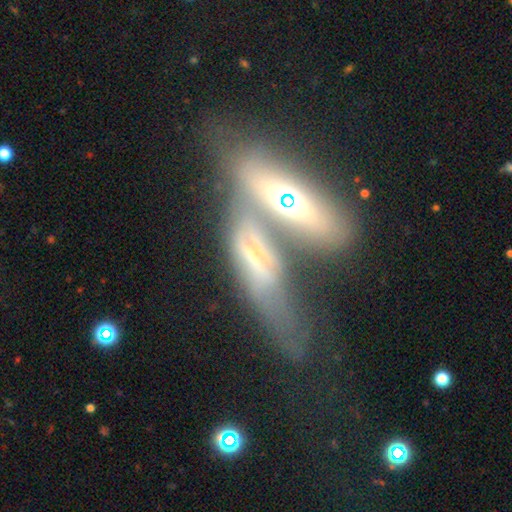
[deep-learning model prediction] Overall: featured or disk (61%; smooth 29%). Edge-on disk: yes (55%; no 45%). Merging: merger (50%; none 20%).